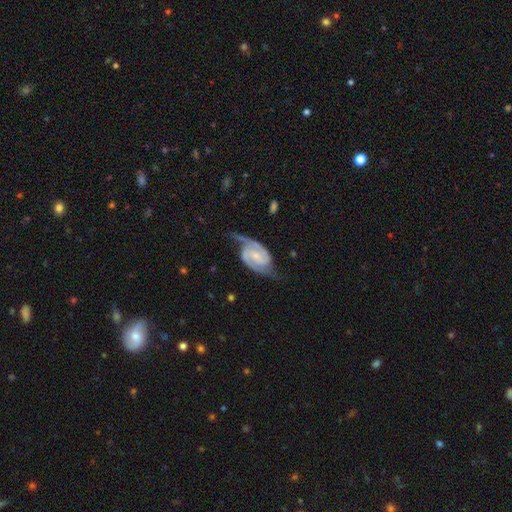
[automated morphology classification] Q: Smooth or featured?
A: featured or disk (89%); runner-up: smooth (6%)
Q: Edge-on disk?
A: no (98%); runner-up: yes (2%)
Q: Bar?
A: no (43%); runner-up: weak (42%)
Q: Spiral arms?
A: yes (98%); runner-up: no (2%)
Q: Spiral winding?
A: medium (49%); runner-up: tight (30%)
Q: Spiral arm count?
A: 2 (92%); runner-up: can't tell (3%)
Q: Bulge size?
A: small (58%); runner-up: moderate (25%)
Q: Merging?
A: none (62%); runner-up: minor disturbance (22%)